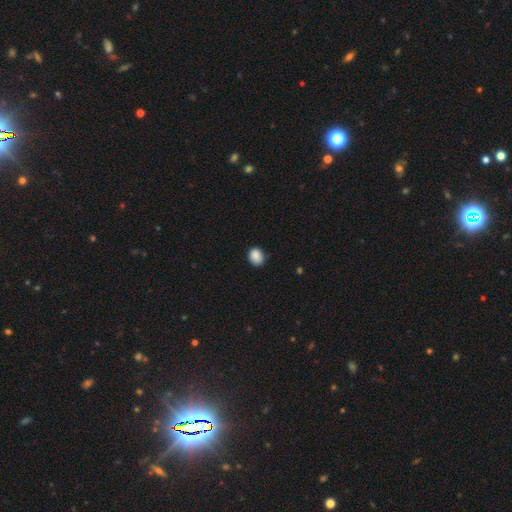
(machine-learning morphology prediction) A smooth galaxy with no disk features (88%) that is round (58%). Merging: none (80%).